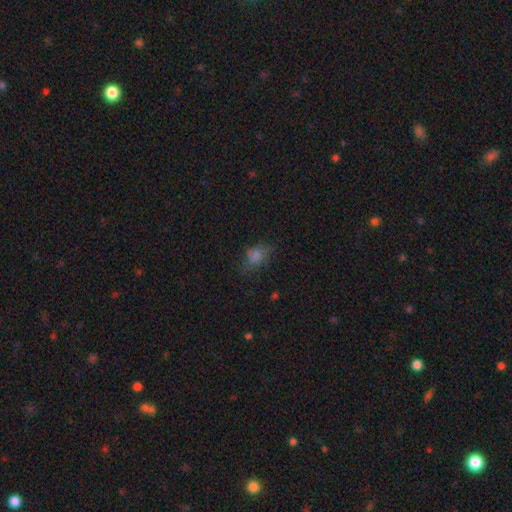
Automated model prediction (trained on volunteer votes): This is likely a smooth galaxy (73%). How rounded: likely in between (66%). Merging: likely none (62%).